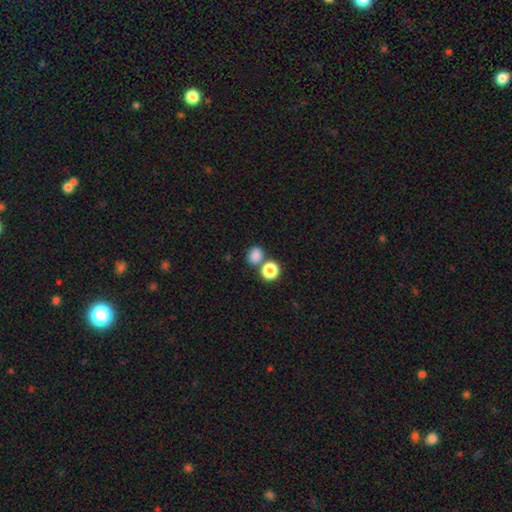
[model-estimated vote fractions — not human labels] A smooth galaxy with no disk features (83%) that is round (63%).

Vote fractions:
- Smooth or featured? smooth: 83% / star or artifact: 12% / featured or disk: 5%
- How rounded? round: 63% / in between: 36% / cigar-shaped: 1%
- Merging? none: 57% / merger: 31% / minor disturbance: 9% / major disturbance: 3%